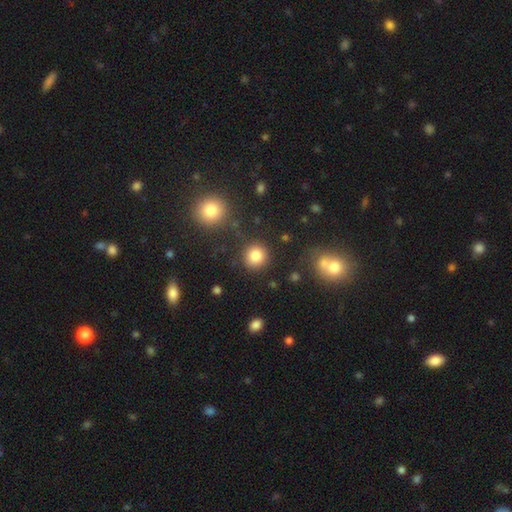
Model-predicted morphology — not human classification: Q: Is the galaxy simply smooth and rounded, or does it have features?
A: smooth — 83%.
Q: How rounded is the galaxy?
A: round — 90%.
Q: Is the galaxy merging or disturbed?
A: none — 86%.